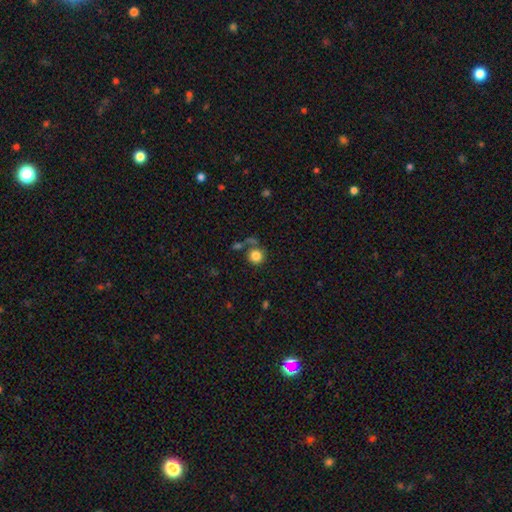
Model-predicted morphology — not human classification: The model was most divided on "merging": none: 60%, merger: 16%, minor disturbance: 12%, major disturbance: 12%. More confident: how rounded — round (92%); smooth or featured — smooth (82%).